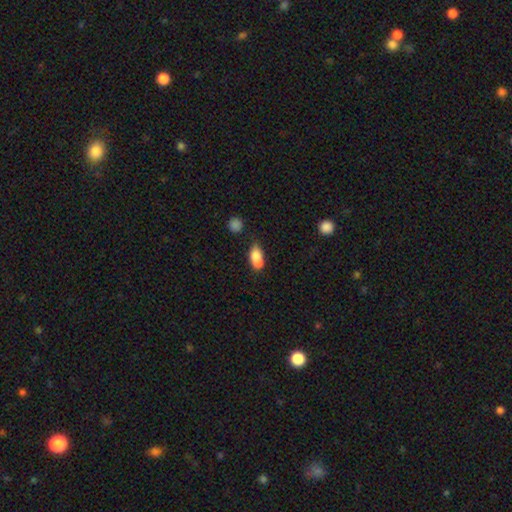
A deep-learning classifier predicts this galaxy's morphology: type=smooth (74%); roundness=in between (79%); merging=merger (40%).